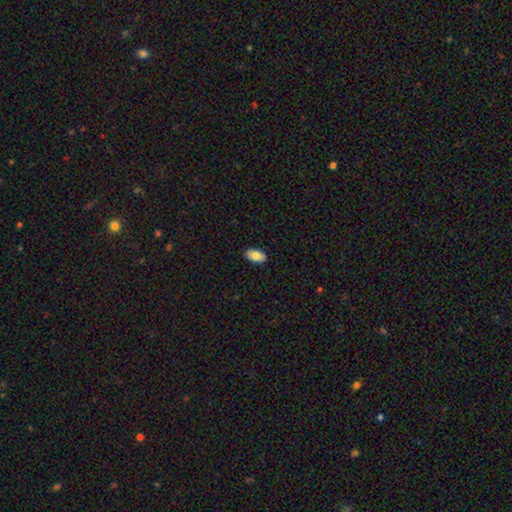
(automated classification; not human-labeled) smooth-or-featured: smooth: 82% | featured or disk: 11% | star or artifact: 7%
  how-rounded: in between: 95% | round: 3% | cigar-shaped: 2%
  merging: none: 90% | minor disturbance: 8% | major disturbance: 2% | merger: 1%